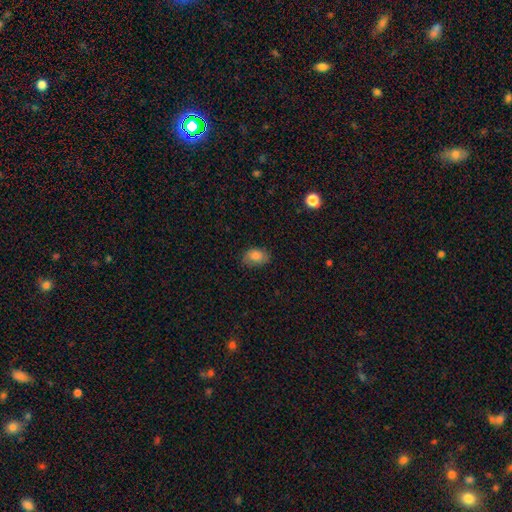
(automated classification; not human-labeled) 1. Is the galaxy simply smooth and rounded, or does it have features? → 82% smooth, 9% featured or disk, 9% star or artifact.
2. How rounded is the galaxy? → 81% in between, 18% round, 1% cigar-shaped.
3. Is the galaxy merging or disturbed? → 79% none, 17% minor disturbance, 3% major disturbance, 1% merger.